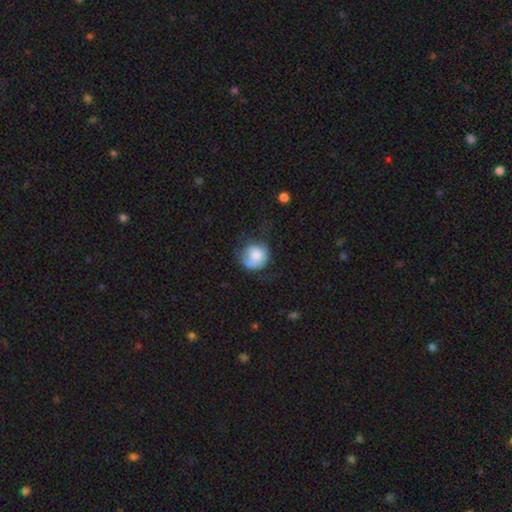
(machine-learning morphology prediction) Smooth or featured?
  - smooth: 69% *
  - featured or disk: 24%
  - star or artifact: 7%
How rounded?
  - round: 80% *
  - in between: 19%
  - cigar-shaped: 1%
Merging?
  - none: 40% *
  - minor disturbance: 30%
  - major disturbance: 28%
  - merger: 2%